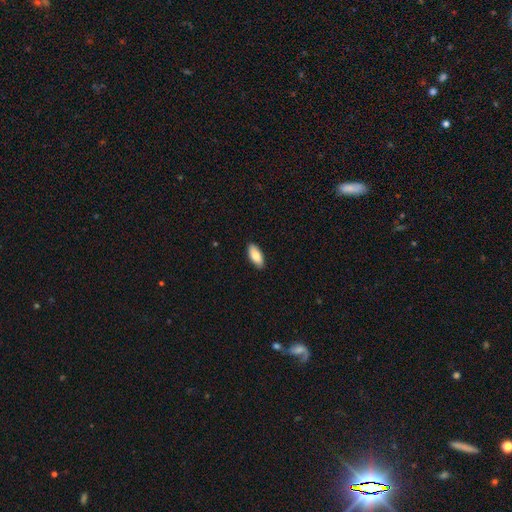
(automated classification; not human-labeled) Morphology: type=smooth (82%); roundness=in between (88%); merging=none (90%).